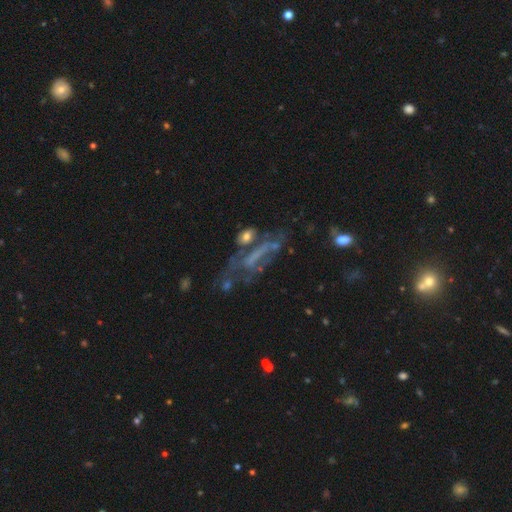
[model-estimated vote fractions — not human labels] featured or disk 59%, smooth 22%, star or artifact 19%. Down the decision tree: edge-on disk — no (77%); merging — none (35%).